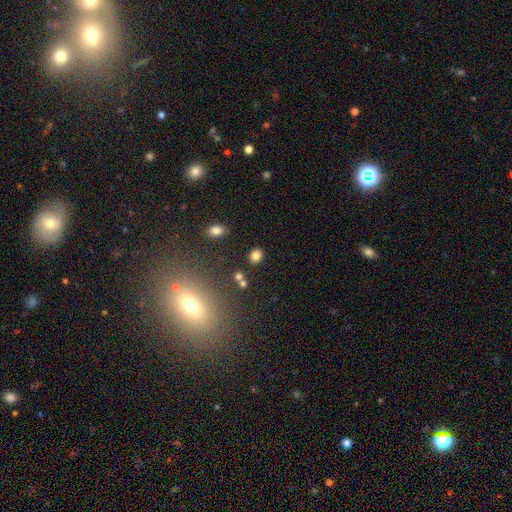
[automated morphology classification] This appears to be a smooth galaxy with no disk features (80%) that is round (77%). Merging: none (85%).